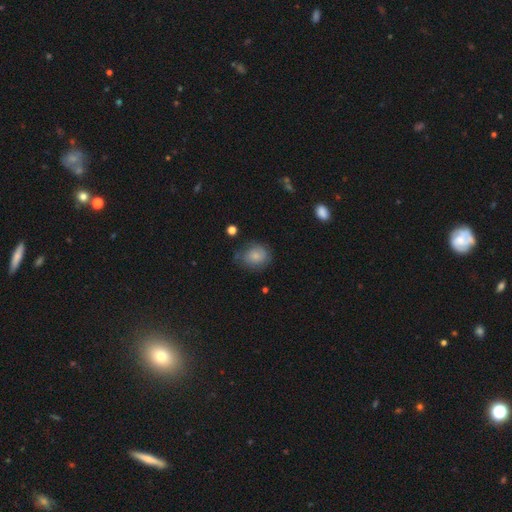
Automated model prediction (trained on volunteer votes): smooth-or-featured: smooth: 69% | featured or disk: 22% | star or artifact: 9%
  how-rounded: round: 62% | in between: 37% | cigar-shaped: 1%
  merging: none: 61% | minor disturbance: 27% | major disturbance: 9% | merger: 2%